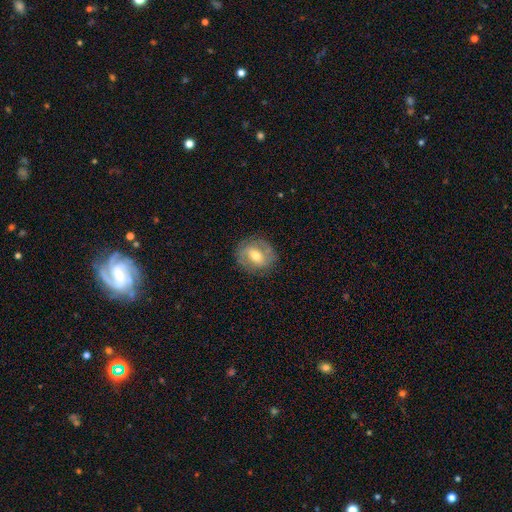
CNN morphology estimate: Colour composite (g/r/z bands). It shows a featured or disk galaxy (56%) with a weak bar (45%), spiral arms (65%) and a moderate central bulge (68%). Merging: none (80%).